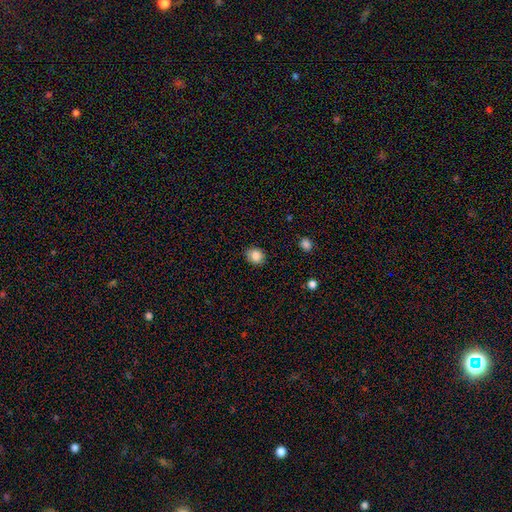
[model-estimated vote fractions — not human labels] This is clearly a smooth galaxy (84%). How rounded: likely round (68%). Merging: clearly none (87%).